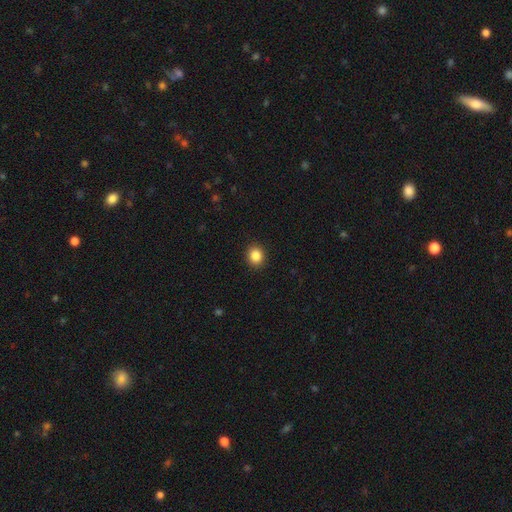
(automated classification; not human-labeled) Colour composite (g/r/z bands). It shows a smooth galaxy with no disk features (86%) that is round (71%). Merging: none (92%).